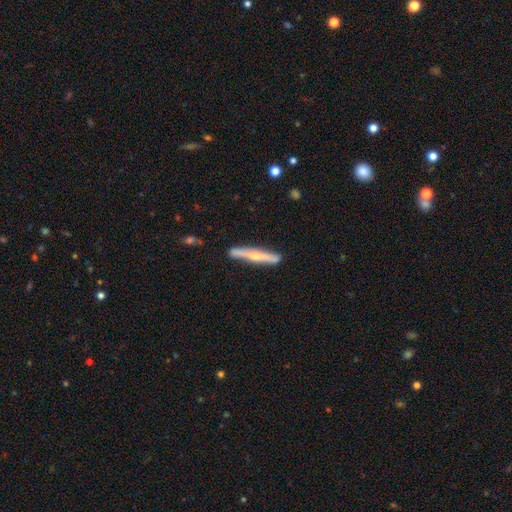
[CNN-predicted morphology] Smooth or featured? featured or disk (58%)
Edge-on disk? yes (95%)
Edge-on bulge? rounded (80%)
Merging? none (87%)